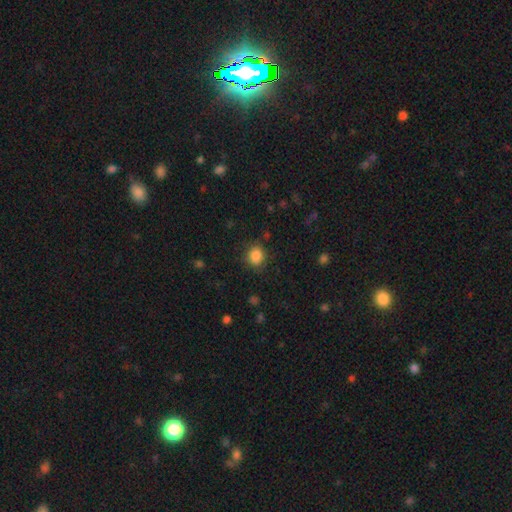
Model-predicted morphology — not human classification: Smooth or featured? smooth (86%)
How rounded? round (72%)
Merging? none (83%)